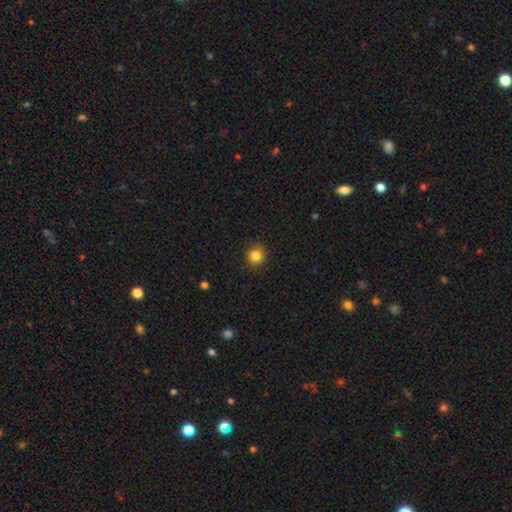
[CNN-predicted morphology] Smooth or featured?
  - smooth: 84% *
  - star or artifact: 11%
  - featured or disk: 5%
How rounded?
  - round: 91% *
  - in between: 8%
  - cigar-shaped: 1%
Merging?
  - none: 90% *
  - minor disturbance: 7%
  - major disturbance: 2%
  - merger: 1%